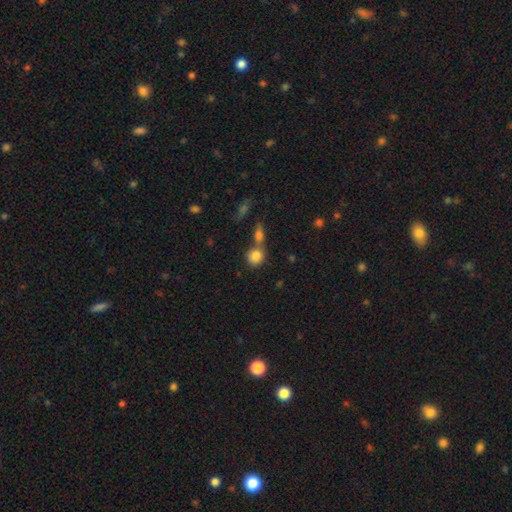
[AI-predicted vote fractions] smooth 84%, star or artifact 9%, featured or disk 8%. Down the decision tree: how rounded — round (80%); merging — none (53%).